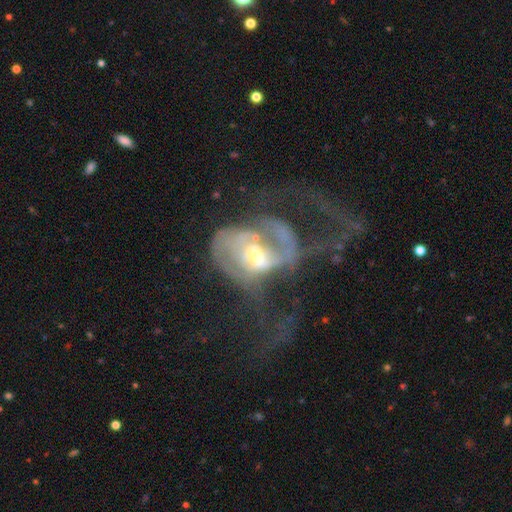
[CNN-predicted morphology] Smooth or featured? Predicted: featured or disk (p=0.71). Edge-on disk? Predicted: no (p=0.96). Bar? Predicted: no (p=0.49). Spiral arms? Predicted: no (p=0.50, tied with yes). Bulge size? Predicted: moderate (p=0.58). Merging? Predicted: major disturbance (p=0.60).